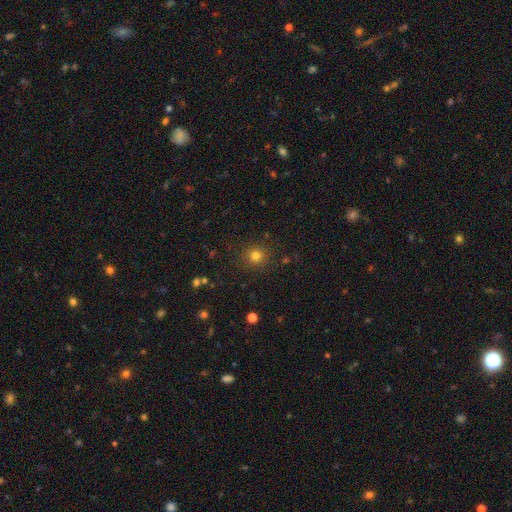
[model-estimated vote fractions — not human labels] Smooth or featured?
  - smooth: 79% *
  - star or artifact: 15%
  - featured or disk: 6%
How rounded?
  - round: 91% *
  - in between: 8%
  - cigar-shaped: 1%
Merging?
  - none: 88% *
  - minor disturbance: 8%
  - major disturbance: 3%
  - merger: 2%